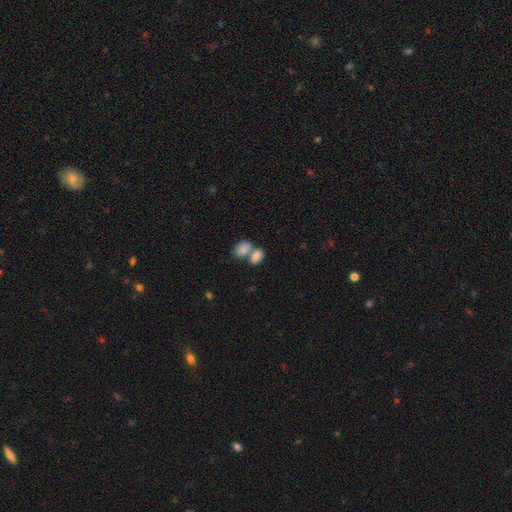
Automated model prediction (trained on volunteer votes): Smooth or featured?
  - smooth: 84% *
  - featured or disk: 8%
  - star or artifact: 7%
How rounded?
  - in between: 86% *
  - round: 13%
  - cigar-shaped: 2%
Merging?
  - merger: 58% *
  - none: 30%
  - minor disturbance: 8%
  - major disturbance: 4%